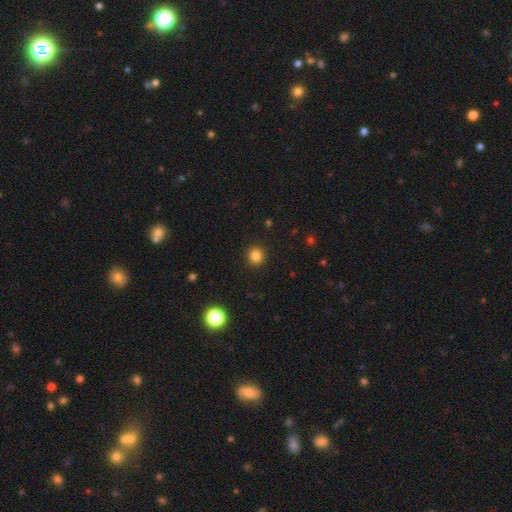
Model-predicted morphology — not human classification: A smooth galaxy with no disk features (83%) that is round (90%).

Vote fractions:
- Smooth or featured? smooth: 83% / star or artifact: 13% / featured or disk: 4%
- How rounded? round: 90% / in between: 9% / cigar-shaped: 1%
- Merging? none: 92% / minor disturbance: 5% / major disturbance: 2% / merger: 1%